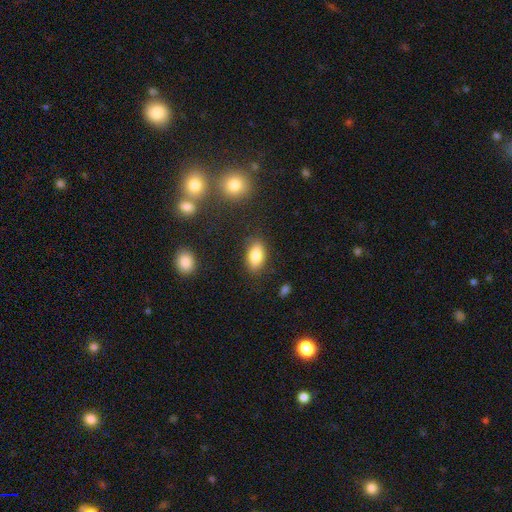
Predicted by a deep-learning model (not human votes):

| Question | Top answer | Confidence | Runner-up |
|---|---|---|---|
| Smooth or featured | smooth | 81% | featured or disk (11%) |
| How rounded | in between | 88% | round (6%) |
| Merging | none | 83% | minor disturbance (12%) |